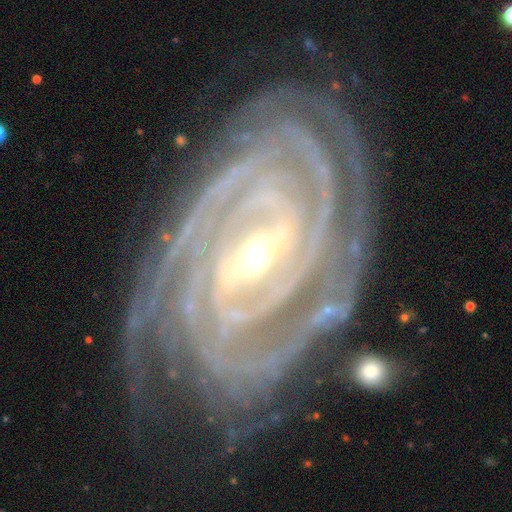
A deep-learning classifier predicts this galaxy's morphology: type=featured or disk (93%); edge-on=no (97%); bar=strong (57%); spiral arms=yes (99%); winding=tight (87%); arm count=4 (28%); bulge=small (54%); merging=none (78%).